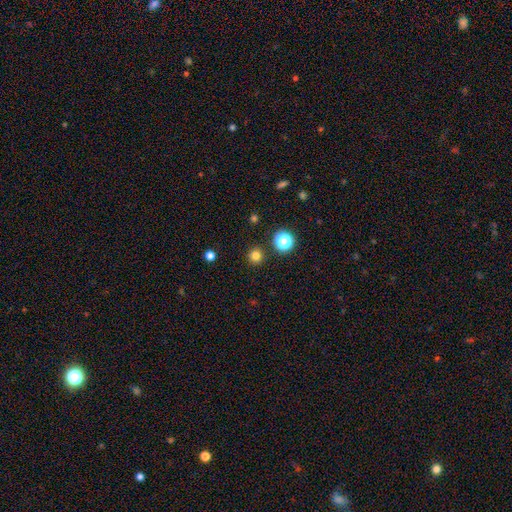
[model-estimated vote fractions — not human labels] This is likely a smooth galaxy (80%). How rounded: clearly round (95%). Merging: clearly none (91%).